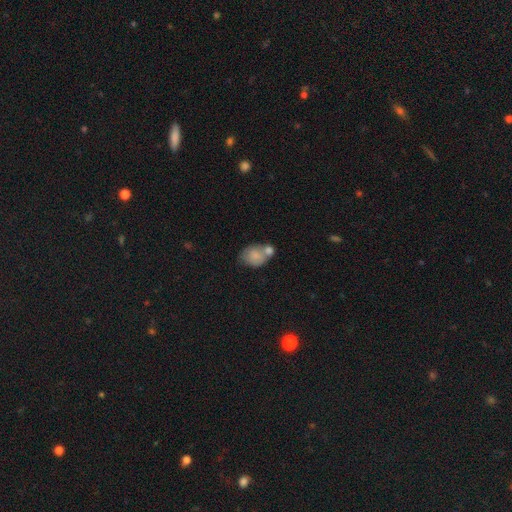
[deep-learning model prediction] Smooth or featured: smooth — 77% (featured or disk — 15%)
How rounded: in between — 62% (round — 36%)
Merging: merger — 49% (none — 31%)